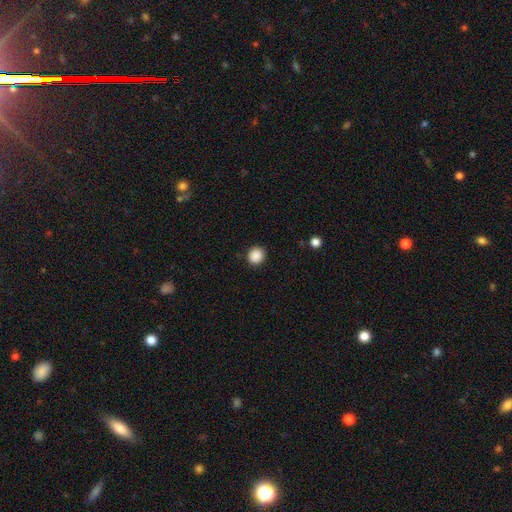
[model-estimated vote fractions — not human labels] Q: Smooth or featured?
A: smooth (89%); runner-up: star or artifact (9%)
Q: How rounded?
A: round (86%); runner-up: in between (14%)
Q: Merging?
A: none (90%); runner-up: minor disturbance (7%)